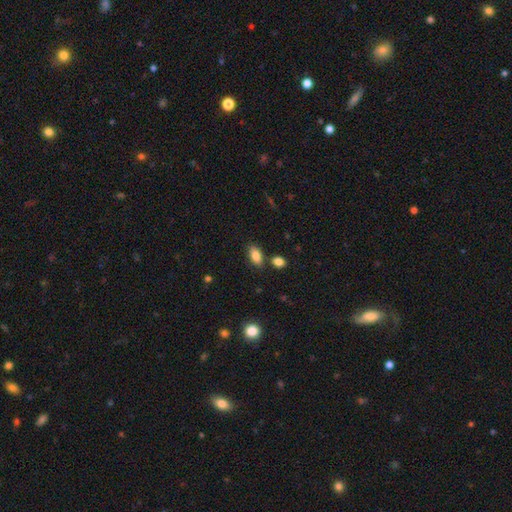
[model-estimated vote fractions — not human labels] A smooth galaxy with no disk features (84%) that is in between round and cigar-shaped (90%). Merging: none (77%).